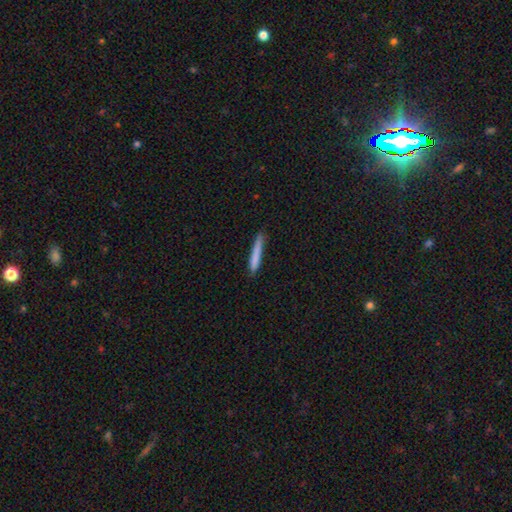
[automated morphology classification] The model was most divided on "merging": none: 80%, minor disturbance: 16%, major disturbance: 3%, merger: 2%. More confident: how rounded — cigar-shaped (95%); smooth or featured — smooth (79%).